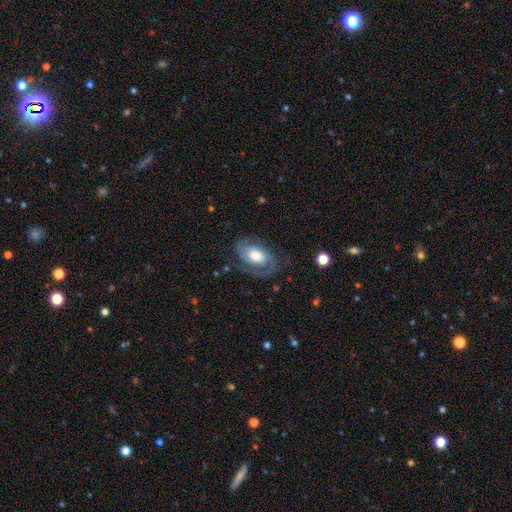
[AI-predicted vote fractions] smooth-or-featured: featured or disk: 74% | smooth: 20% | star or artifact: 6%
  disk-edge-on: no: 96% | yes: 4%
    bar: no: 64% | weak: 29% | strong: 8%
    has-spiral-arms: yes: 90% | no: 10%
      spiral-winding: tight: 46% | medium: 40% | loose: 14%
      spiral-arm-count: 2: 73% | can't tell: 12% | 1: 10% | 3: 2% | 4: 1% | more than 4: 1%
    bulge-size: moderate: 50% | large: 34% | small: 10% | dominant: 4% | none: 2%
  merging: none: 69% | minor disturbance: 18% | major disturbance: 12% | merger: 1%